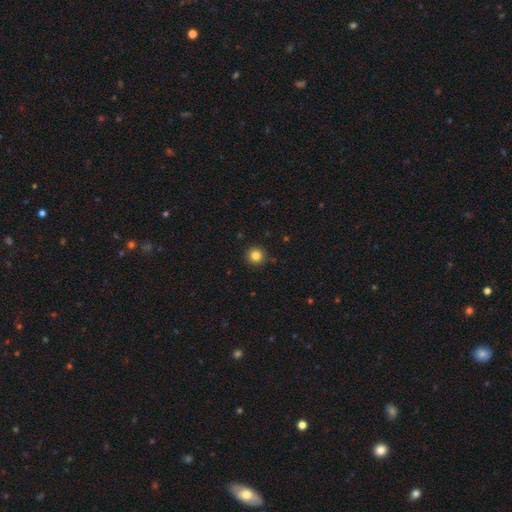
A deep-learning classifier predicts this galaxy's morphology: smooth_or_featured: smooth (p=0.84) [alt: star or artifact p=0.11]
how_rounded: round (p=0.95) [alt: in between p=0.04]
merging: none (p=0.91) [alt: minor disturbance p=0.06]